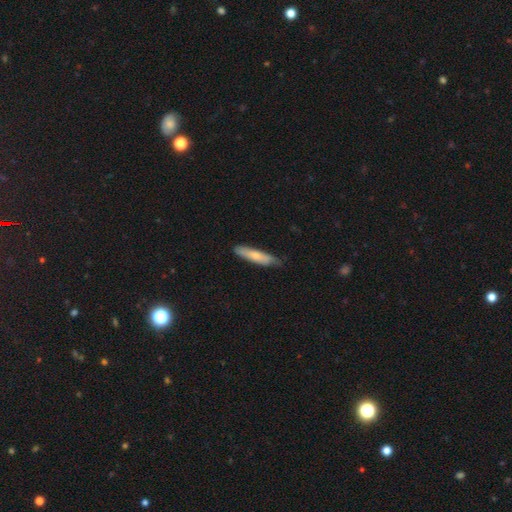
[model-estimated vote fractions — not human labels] smooth-or-featured: smooth: 67% | featured or disk: 28% | star or artifact: 5%
  how-rounded: cigar-shaped: 79% | in between: 19% | round: 2%
  merging: none: 73% | minor disturbance: 22% | major disturbance: 3% | merger: 1%